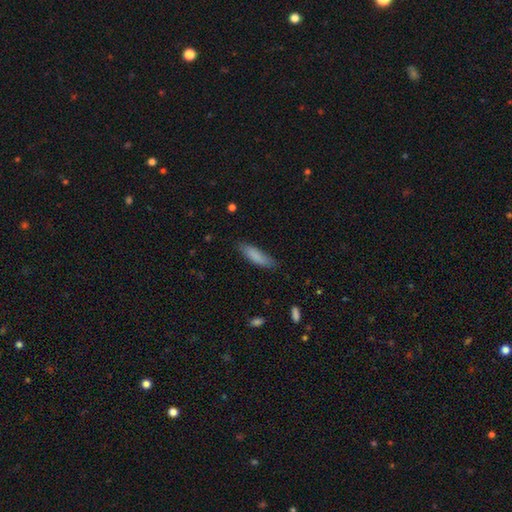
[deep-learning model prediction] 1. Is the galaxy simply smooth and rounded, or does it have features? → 84% smooth, 9% featured or disk, 6% star or artifact.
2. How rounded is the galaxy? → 60% cigar-shaped, 39% in between, 1% round.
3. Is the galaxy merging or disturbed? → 75% none, 20% minor disturbance, 4% major disturbance, 1% merger.